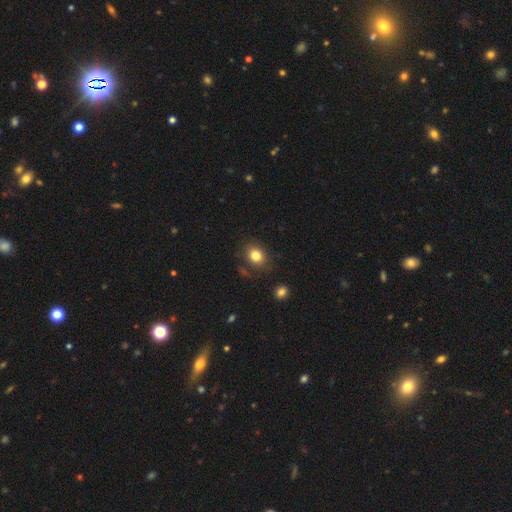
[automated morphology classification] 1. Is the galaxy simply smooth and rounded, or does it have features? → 82% smooth, 10% star or artifact, 8% featured or disk.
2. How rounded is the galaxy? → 51% in between, 48% round, 1% cigar-shaped.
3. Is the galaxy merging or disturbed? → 80% none, 13% minor disturbance, 4% major disturbance, 3% merger.